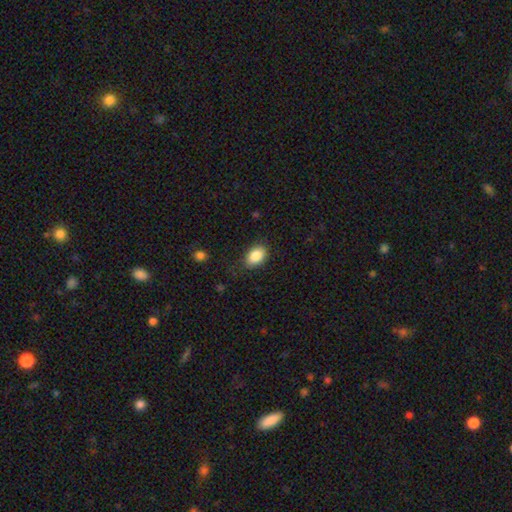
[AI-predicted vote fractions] Smooth or featured? smooth (87%)
How rounded? in between (86%)
Merging? none (79%)